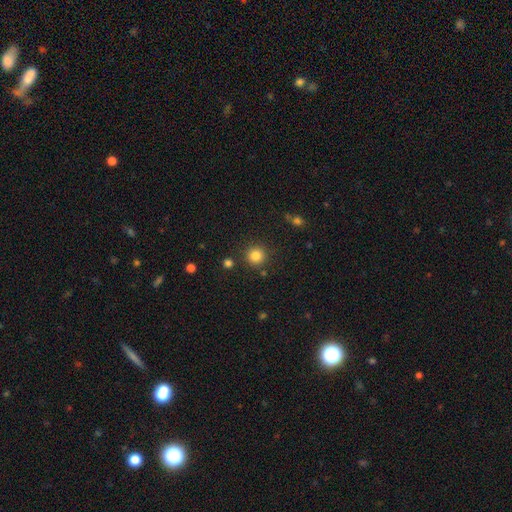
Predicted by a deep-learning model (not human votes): smooth-or-featured: smooth: 83% | star or artifact: 12% | featured or disk: 5%
  how-rounded: round: 94% | in between: 5% | cigar-shaped: 1%
  merging: none: 87% | minor disturbance: 7% | merger: 4% | major disturbance: 3%